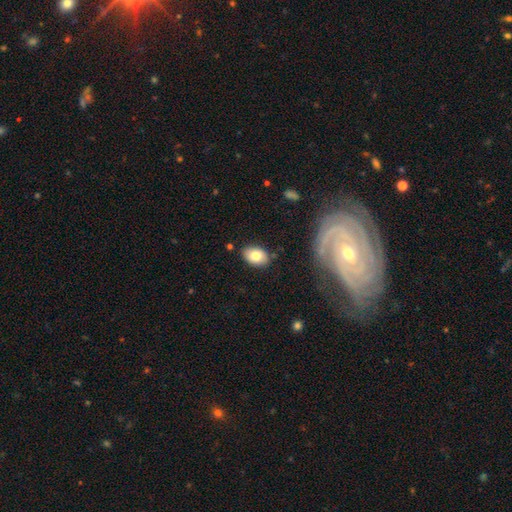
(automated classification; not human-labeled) A smooth galaxy with no disk features (81%) that is in between round and cigar-shaped (86%).

Vote fractions:
- Smooth or featured? smooth: 81% / featured or disk: 11% / star or artifact: 8%
- How rounded? in between: 86% / round: 12% / cigar-shaped: 1%
- Merging? none: 81% / minor disturbance: 13% / merger: 3% / major disturbance: 3%